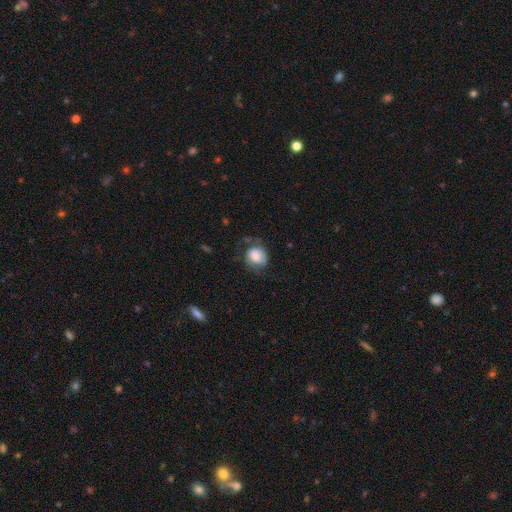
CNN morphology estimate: This appears to be a smooth galaxy with no disk features (68%) that is round (59%). Merging: none (44%).